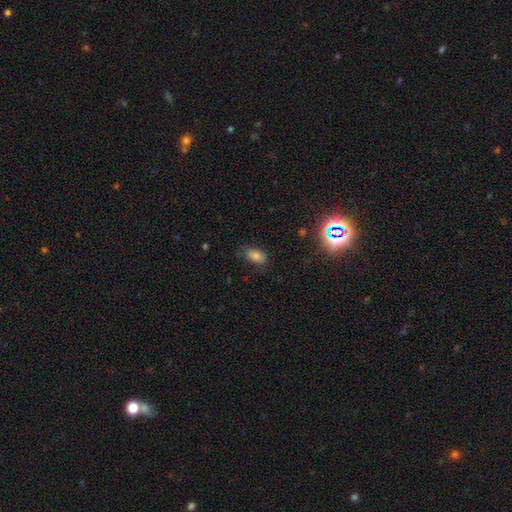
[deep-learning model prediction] Morphology: type=smooth (70%); roundness=in between (90%); merging=none (73%).